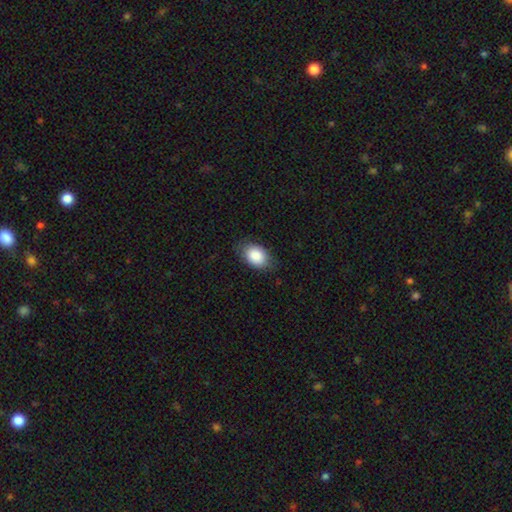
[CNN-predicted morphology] Q: Smooth or featured?
A: smooth (87%); runner-up: star or artifact (7%)
Q: How rounded?
A: in between (84%); runner-up: round (15%)
Q: Merging?
A: none (79%); runner-up: minor disturbance (17%)